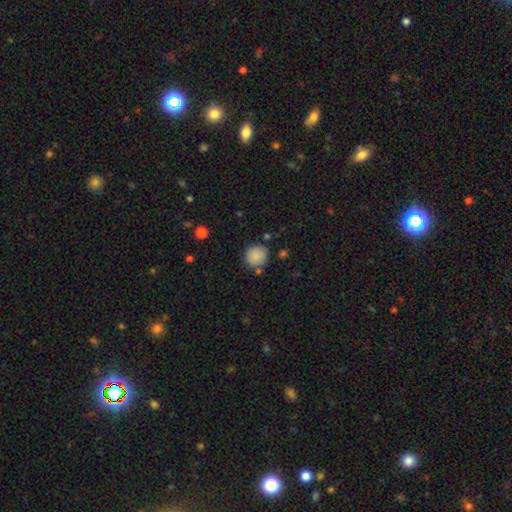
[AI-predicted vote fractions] Smooth or featured? smooth (87%)
How rounded? round (90%)
Merging? none (79%)